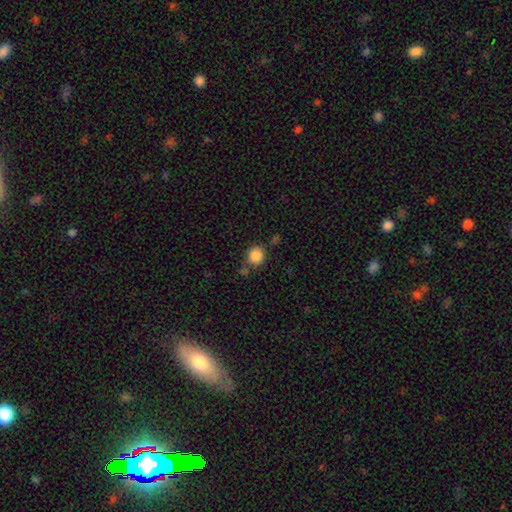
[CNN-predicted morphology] This is clearly a smooth galaxy (86%). How rounded: clearly round (81%). Merging: likely none (71%).